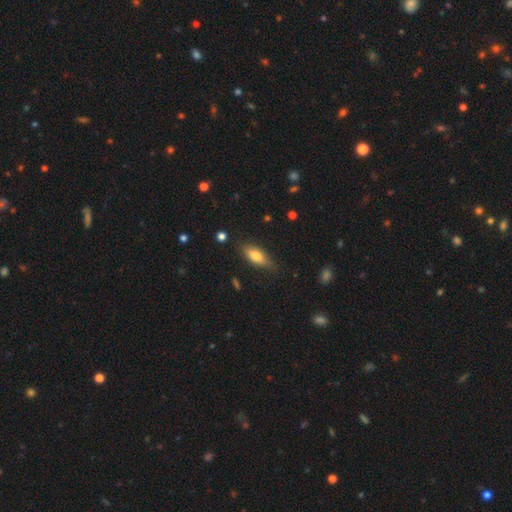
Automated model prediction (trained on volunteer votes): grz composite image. It shows a smooth galaxy with no disk features (68%) that is in between round and cigar-shaped (68%). Merging: none (76%).